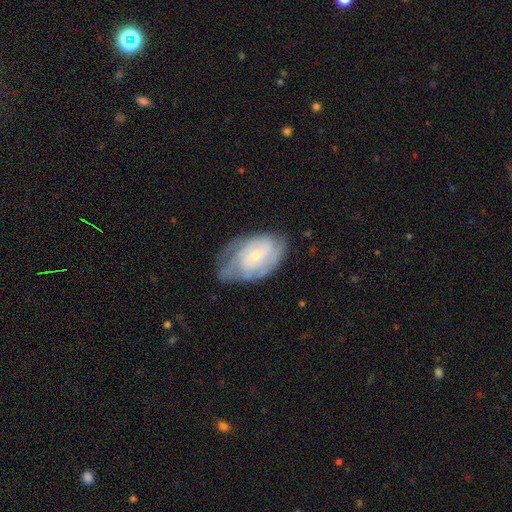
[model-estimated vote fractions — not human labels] Morphology: type=featured or disk (74%); edge-on=no (96%); bar=no (68%); spiral arms=yes (88%); winding=tight (62%); arm count=can't tell (43%); bulge=small (74%); merging=none (60%).